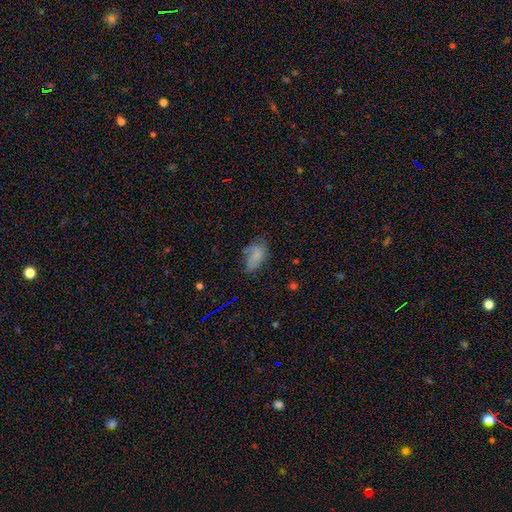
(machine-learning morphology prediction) type=smooth (65%); roundness=in between (89%); merging=none (42%).